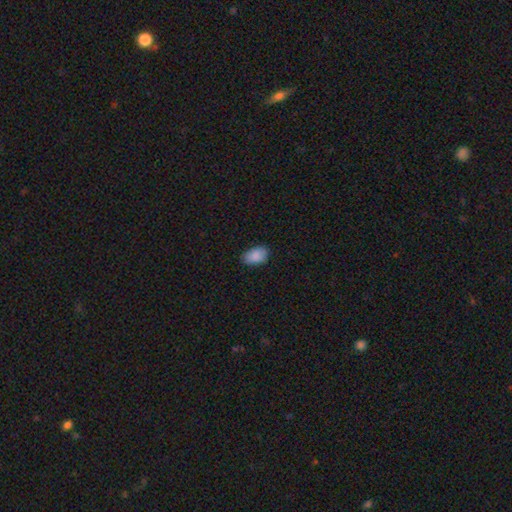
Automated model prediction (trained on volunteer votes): Morphology: type=smooth (89%); roundness=in between (91%); merging=none (82%).